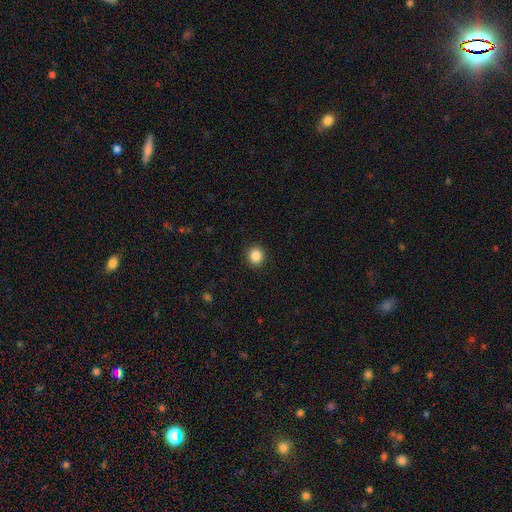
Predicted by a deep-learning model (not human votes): The model was most divided on "how rounded": round: 85%, in between: 14%, cigar-shaped: 1%. More confident: merging — none (91%); smooth or featured — smooth (87%).